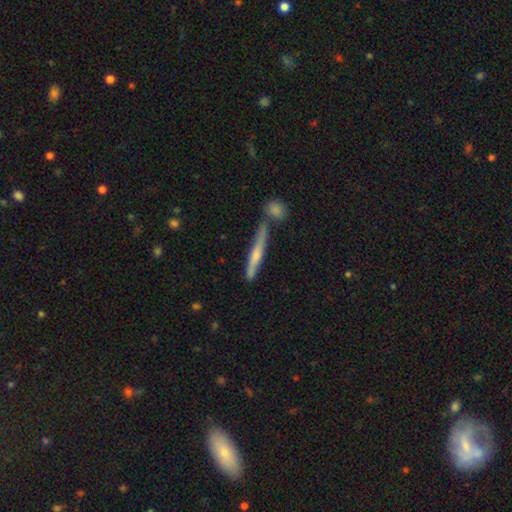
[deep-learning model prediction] Morphology: type=featured or disk (54%); edge-on=yes (94%); edge-on bulge=rounded (58%); merging=none (73%).